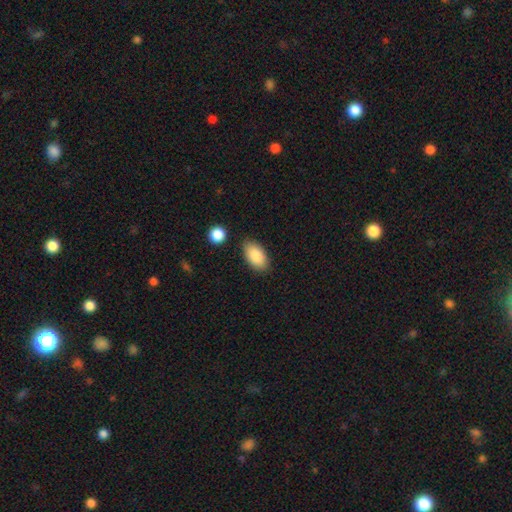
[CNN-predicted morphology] Q: Smooth or featured?
A: smooth (87%); runner-up: featured or disk (6%)
Q: How rounded?
A: in between (94%); runner-up: round (3%)
Q: Merging?
A: none (83%); runner-up: minor disturbance (11%)